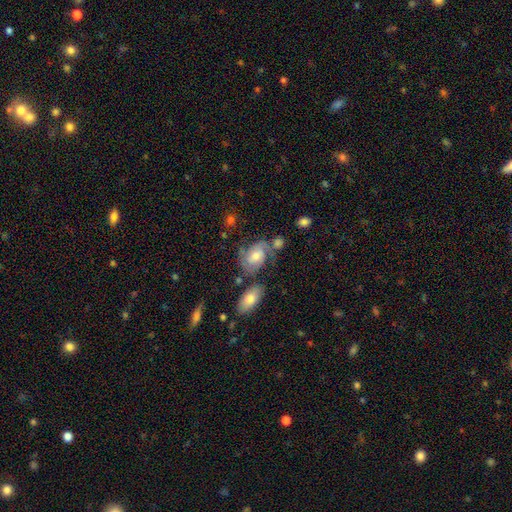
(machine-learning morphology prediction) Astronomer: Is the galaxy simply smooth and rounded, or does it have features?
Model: featured or disk — 64%.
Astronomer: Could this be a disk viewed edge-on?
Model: no — 96%.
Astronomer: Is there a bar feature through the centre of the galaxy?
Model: no — 64%.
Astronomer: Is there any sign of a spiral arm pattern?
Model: yes — 88%.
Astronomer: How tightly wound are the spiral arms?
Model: tight — 43%, tied with medium at 43%.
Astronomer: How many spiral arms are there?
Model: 2 — 64%.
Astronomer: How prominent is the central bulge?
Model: moderate — 54%.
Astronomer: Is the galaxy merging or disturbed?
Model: none — 51%.